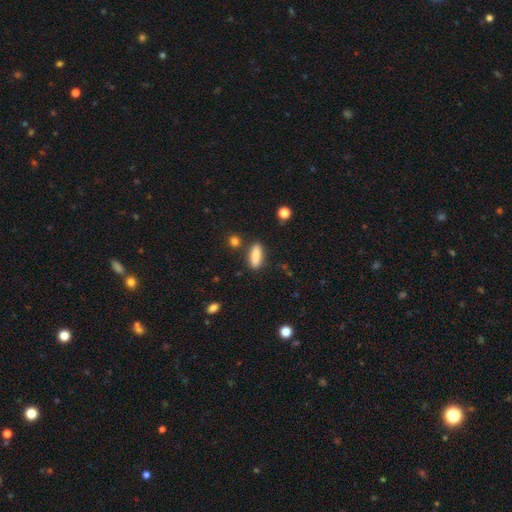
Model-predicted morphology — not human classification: Overall: smooth (86%). How rounded: in between (60%; cigar-shaped 37%). Merging: none (84%).